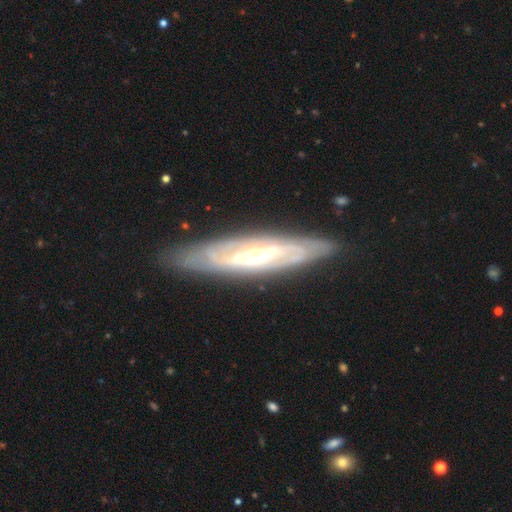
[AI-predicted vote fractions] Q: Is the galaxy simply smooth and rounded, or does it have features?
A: featured or disk — 81%.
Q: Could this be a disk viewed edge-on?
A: no — 66%.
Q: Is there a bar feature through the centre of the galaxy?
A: weak — 36%.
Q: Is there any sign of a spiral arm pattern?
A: yes — 82%.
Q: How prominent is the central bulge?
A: moderate — 57%.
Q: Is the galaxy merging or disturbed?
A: none — 82%.